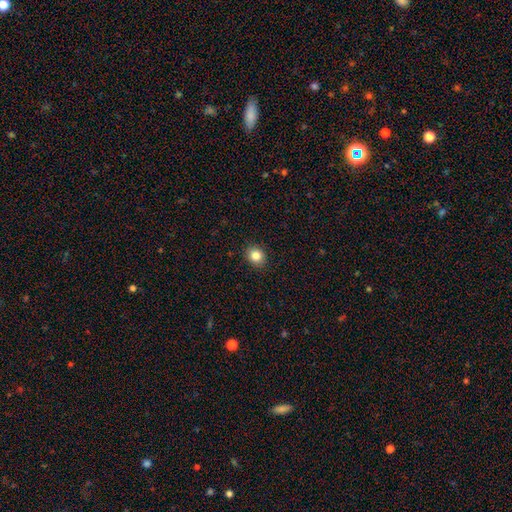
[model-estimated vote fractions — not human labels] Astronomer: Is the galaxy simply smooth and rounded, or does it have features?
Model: smooth — 84%.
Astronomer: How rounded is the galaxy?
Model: round — 70%.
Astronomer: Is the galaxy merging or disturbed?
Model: none — 91%.